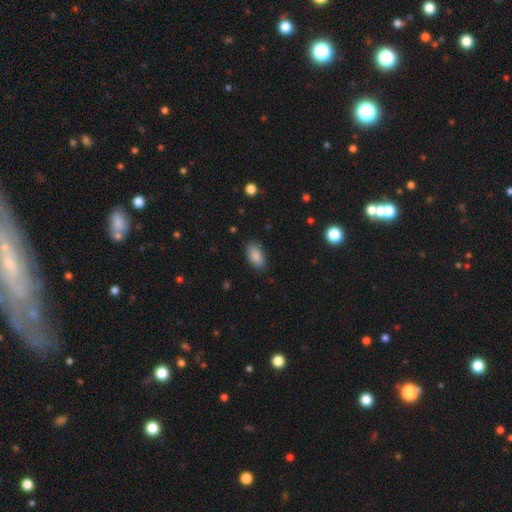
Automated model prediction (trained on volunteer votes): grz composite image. It shows a smooth galaxy with no disk features (88%) that is in between round and cigar-shaped (93%). Merging: none (86%).